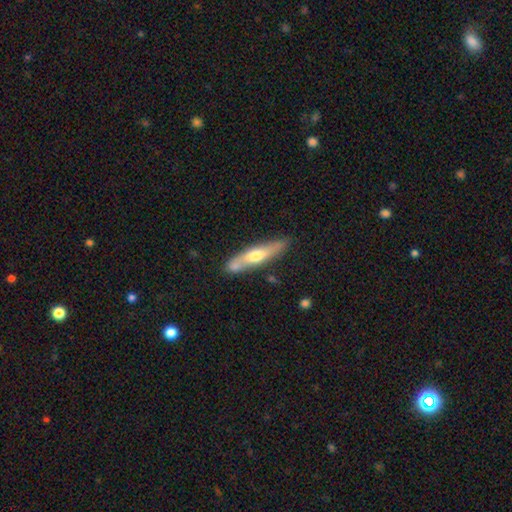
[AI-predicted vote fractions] Smooth or featured: smooth — 48% (featured or disk — 47%)
Merging: none — 72% (minor disturbance — 16%)